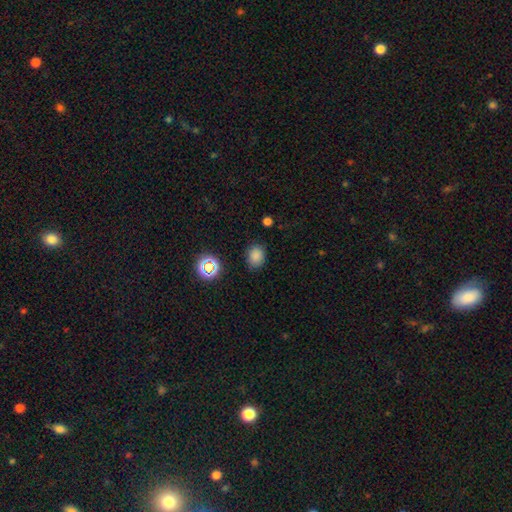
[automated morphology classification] type=smooth (80%); roundness=in between (55%); merging=none (83%).